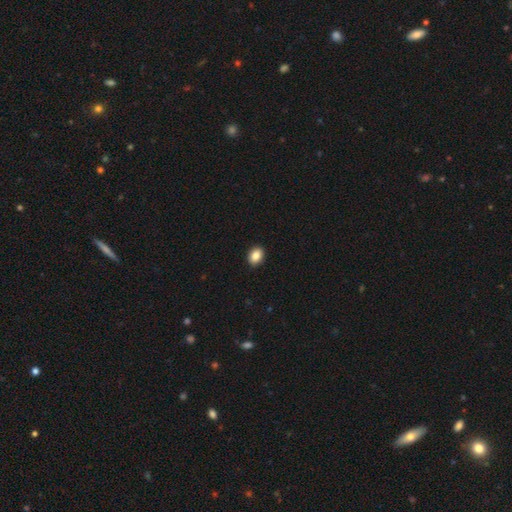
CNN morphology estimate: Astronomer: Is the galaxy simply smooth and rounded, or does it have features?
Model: smooth — 86%.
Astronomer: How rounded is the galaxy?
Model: in between — 66%.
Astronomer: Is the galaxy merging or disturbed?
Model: none — 92%.